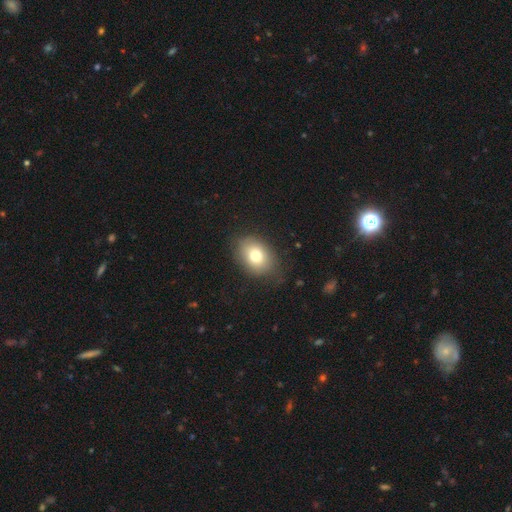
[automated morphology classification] The model was most divided on "how rounded": in between: 71%, round: 28%, cigar-shaped: 1%. More confident: merging — none (77%); smooth or featured — smooth (77%).